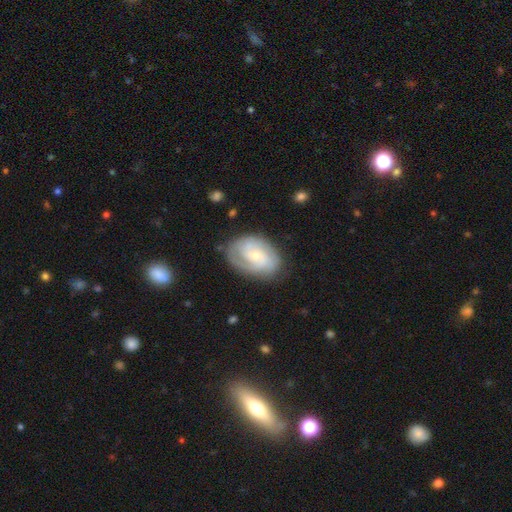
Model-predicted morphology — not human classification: A featured or disk galaxy (77%) with no bar (65%), 2 (43%) tight (56%) spiral arms (91%) and a small central bulge (58%). Merging: none (76%).